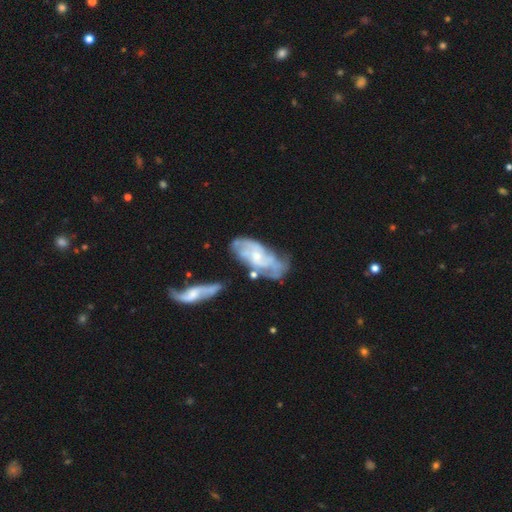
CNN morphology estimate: A featured or disk galaxy (76%) with no bar (67%), medium (41%) spiral arms (84%) and a small central bulge (61%). Merging: none (48%).